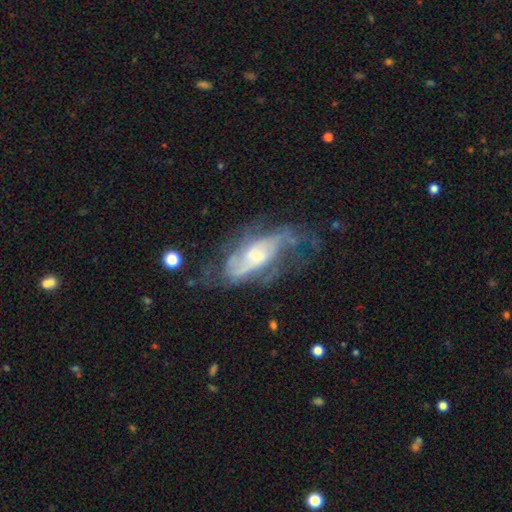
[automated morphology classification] Overall: featured or disk (81%). Edge-on disk: no (91%). Bar: no (54%; weak 35%). Spiral arms: yes (87%). Spiral arm count: 2 (39%; can't tell 35%). Spiral winding: medium (43%; tight 33%). Bulge size: small (53%; moderate 37%). Merging: none (50%; major disturbance 25%).